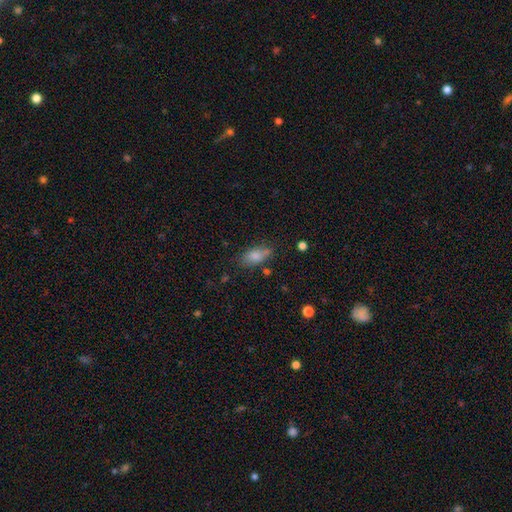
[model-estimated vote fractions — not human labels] smooth-or-featured: smooth: 79% | featured or disk: 13% | star or artifact: 8%
  how-rounded: in between: 85% | cigar-shaped: 10% | round: 4%
  merging: none: 68% | minor disturbance: 21% | major disturbance: 6% | merger: 5%